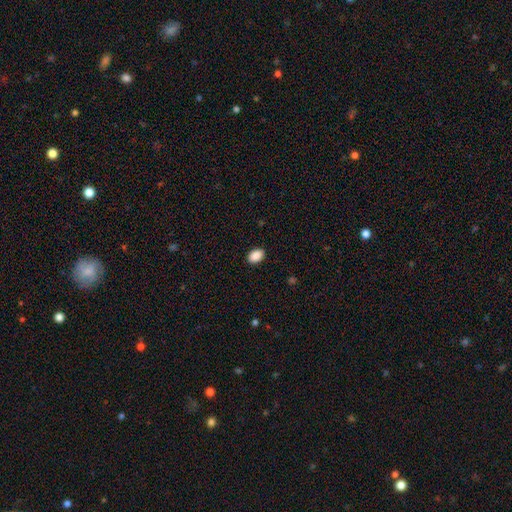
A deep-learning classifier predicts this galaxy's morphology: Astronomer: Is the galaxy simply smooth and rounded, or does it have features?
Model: smooth — 90%.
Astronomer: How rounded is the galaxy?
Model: in between — 81%.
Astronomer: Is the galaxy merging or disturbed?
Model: none — 90%.